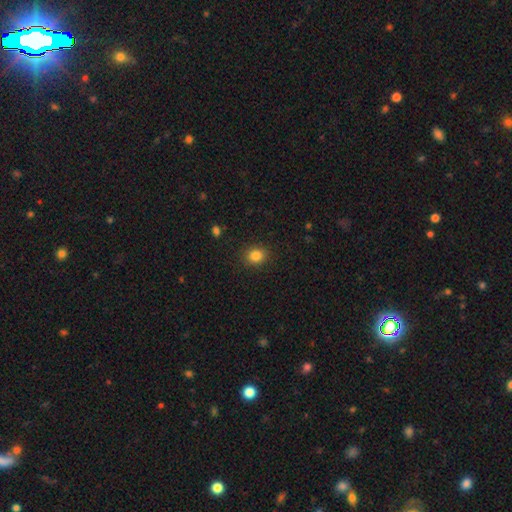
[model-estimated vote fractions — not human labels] Smooth or featured? Predicted: smooth (p=0.84). How rounded? Predicted: round (p=0.69). Merging? Predicted: none (p=0.89).